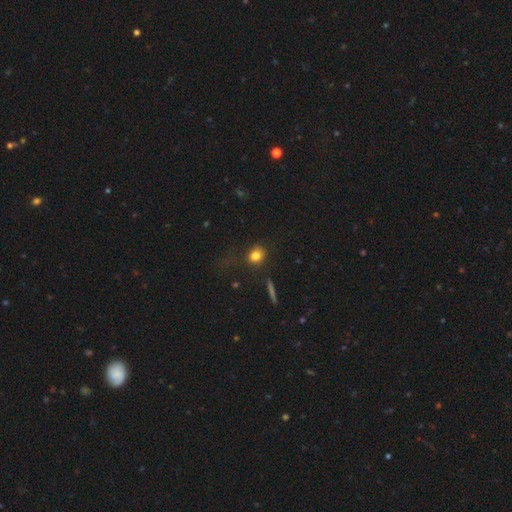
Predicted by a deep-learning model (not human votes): This appears to be a smooth galaxy with no disk features (81%) that is round (67%). Merging: none (79%).